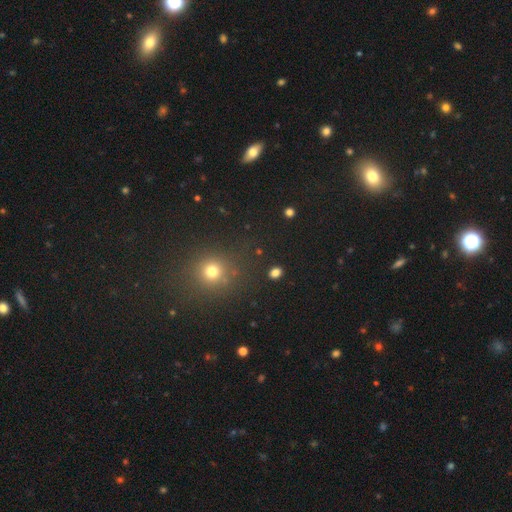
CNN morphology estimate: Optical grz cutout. It shows a smooth galaxy with no disk features (57%) that is round (85%). Merging: none (89%).